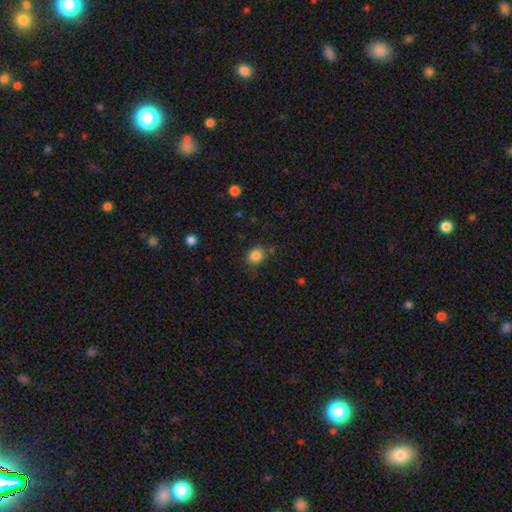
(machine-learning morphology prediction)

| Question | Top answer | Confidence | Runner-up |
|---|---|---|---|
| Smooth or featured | smooth | 85% | star or artifact (11%) |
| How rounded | round | 71% | in between (28%) |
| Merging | none | 81% | minor disturbance (12%) |